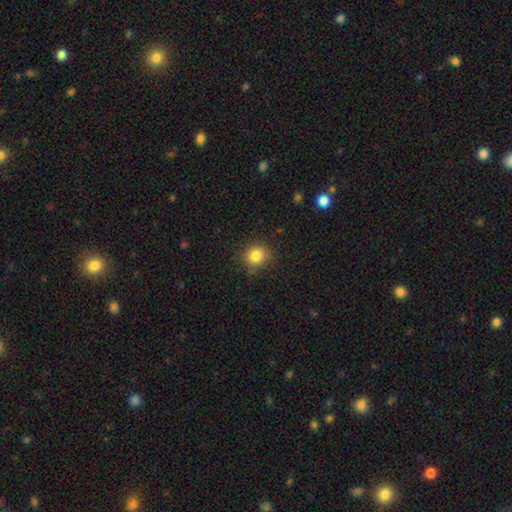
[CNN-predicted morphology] Smooth or featured? Predicted: smooth (p=0.83). How rounded? Predicted: round (p=0.85). Merging? Predicted: none (p=0.82).